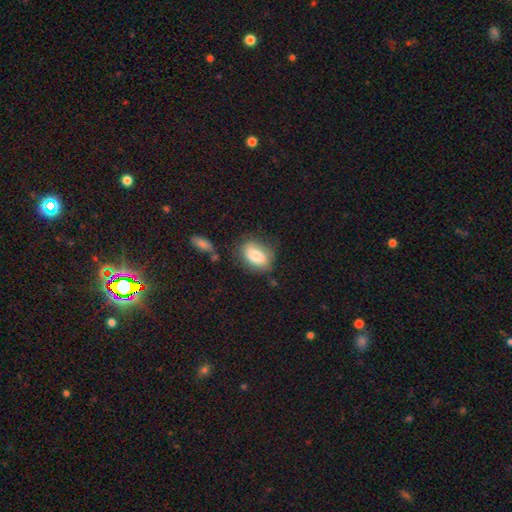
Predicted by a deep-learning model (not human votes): Smooth or featured? Predicted: smooth (p=0.81). How rounded? Predicted: in between (p=0.86). Merging? Predicted: none (p=0.63).